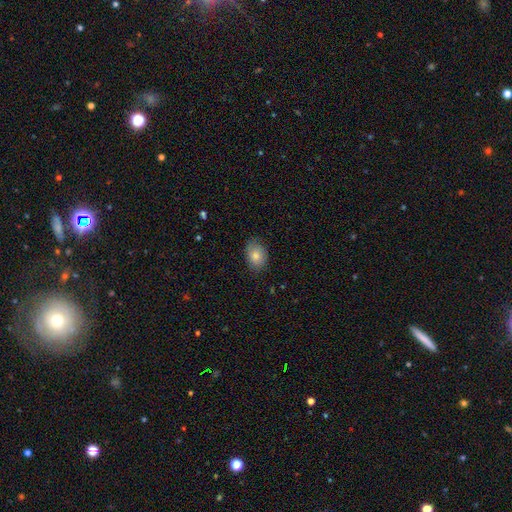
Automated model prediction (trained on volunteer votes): Smooth or featured? smooth (77%)
How rounded? in between (68%)
Merging? none (79%)